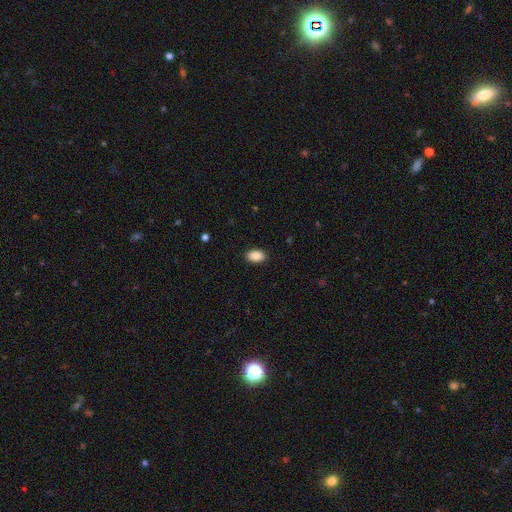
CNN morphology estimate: The model was most divided on "smooth or featured": smooth: 90%, star or artifact: 7%, featured or disk: 3%. More confident: how rounded — in between (92%); merging — none (90%).